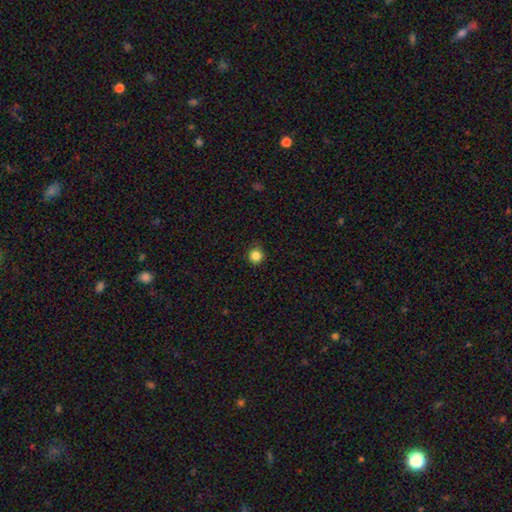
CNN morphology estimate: Q: Smooth or featured?
A: smooth (84%); runner-up: star or artifact (12%)
Q: How rounded?
A: round (95%); runner-up: in between (4%)
Q: Merging?
A: none (89%); runner-up: minor disturbance (8%)